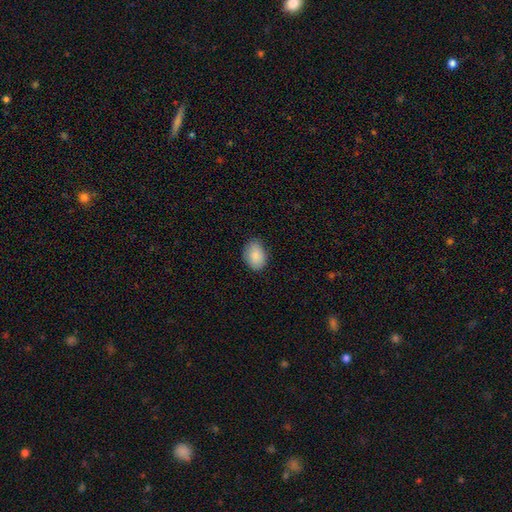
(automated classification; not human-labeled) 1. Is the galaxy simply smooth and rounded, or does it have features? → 87% smooth, 7% star or artifact, 6% featured or disk.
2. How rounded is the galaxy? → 77% in between, 22% round, 1% cigar-shaped.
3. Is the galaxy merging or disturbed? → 82% none, 15% minor disturbance, 3% major disturbance, 1% merger.